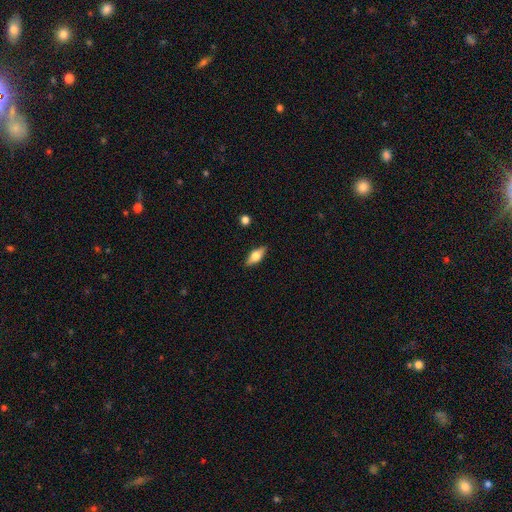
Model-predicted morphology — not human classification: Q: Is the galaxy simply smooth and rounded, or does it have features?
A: smooth — 50%.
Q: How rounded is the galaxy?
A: in between — 71%.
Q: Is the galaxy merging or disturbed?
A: none — 88%.